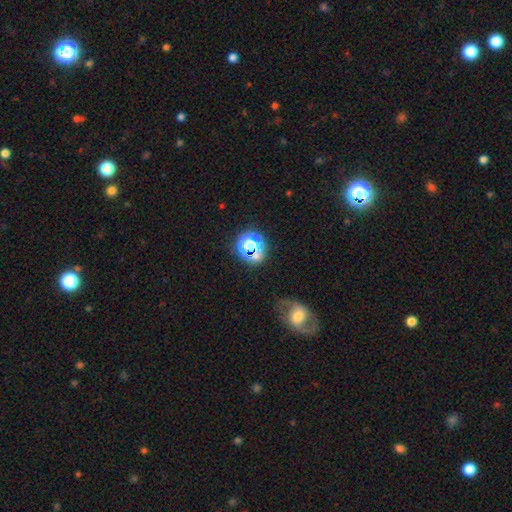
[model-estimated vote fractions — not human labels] Smooth or featured? Predicted: star or artifact (p=0.47).